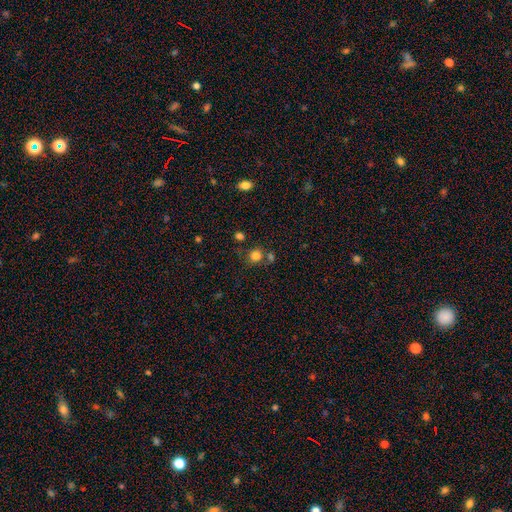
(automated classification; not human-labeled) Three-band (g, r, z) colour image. It shows a smooth galaxy with no disk features (80%) that is round (85%). Merging: none (67%).